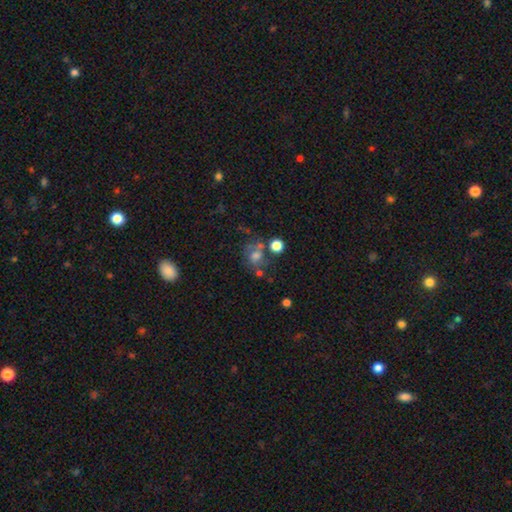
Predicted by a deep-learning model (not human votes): A smooth galaxy with no disk features (54%) that is round (65%).

Vote fractions:
- Smooth or featured? smooth: 54% / featured or disk: 26% / star or artifact: 20%
- How rounded? round: 65% / in between: 34% / cigar-shaped: 1%
- Merging? none: 46% / merger: 22% / minor disturbance: 18% / major disturbance: 15%